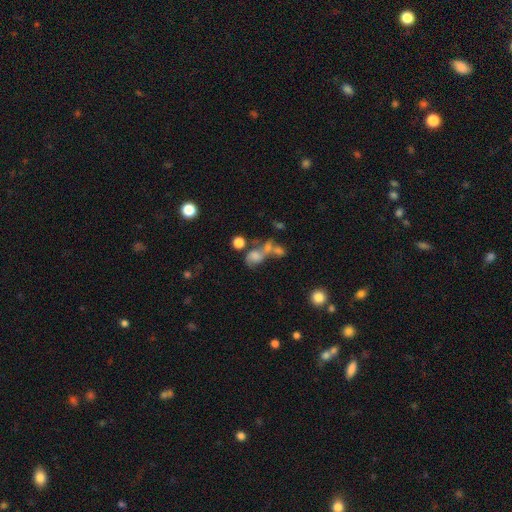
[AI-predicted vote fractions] smooth-or-featured: smooth: 55% | featured or disk: 28% | star or artifact: 17%
  how-rounded: in between: 55% | round: 42% | cigar-shaped: 3%
  merging: merger: 47% | none: 25% | major disturbance: 17% | minor disturbance: 12%